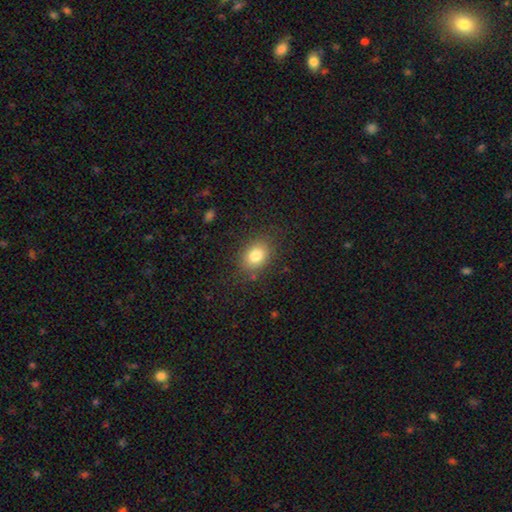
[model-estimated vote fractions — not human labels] smooth-or-featured: smooth: 81% | star or artifact: 10% | featured or disk: 9%
  how-rounded: in between: 63% | round: 36% | cigar-shaped: 1%
  merging: none: 82% | minor disturbance: 12% | major disturbance: 4% | merger: 1%